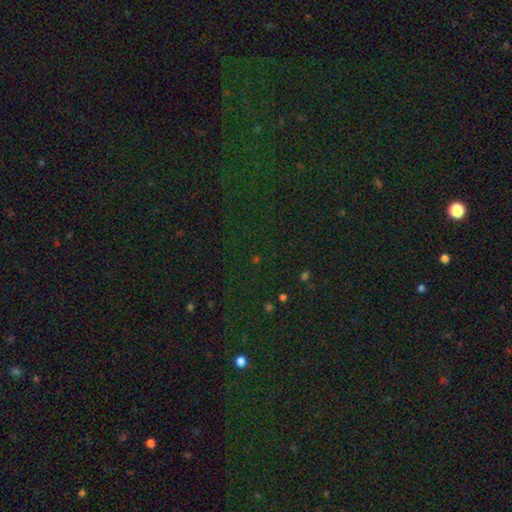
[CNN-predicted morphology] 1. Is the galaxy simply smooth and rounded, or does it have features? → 78% star or artifact, 14% smooth, 7% featured or disk.